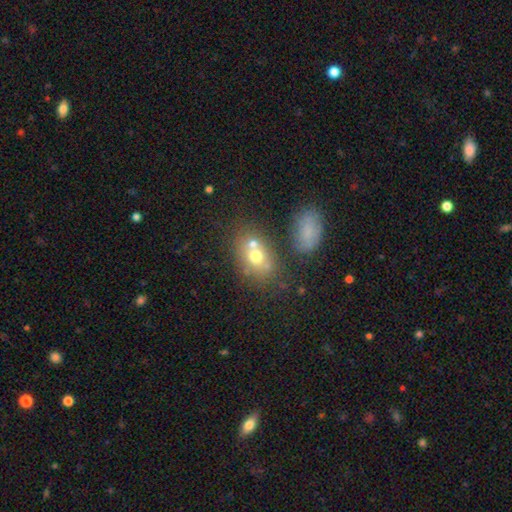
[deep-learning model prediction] smooth 64%, featured or disk 23%, star or artifact 12%. Down the decision tree: how rounded — in between (61%); merging — none (46%).